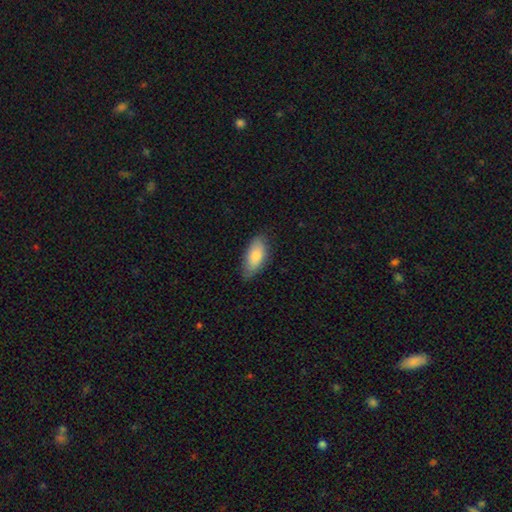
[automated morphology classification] Smooth or featured? smooth (81%)
How rounded? in between (87%)
Merging? none (79%)